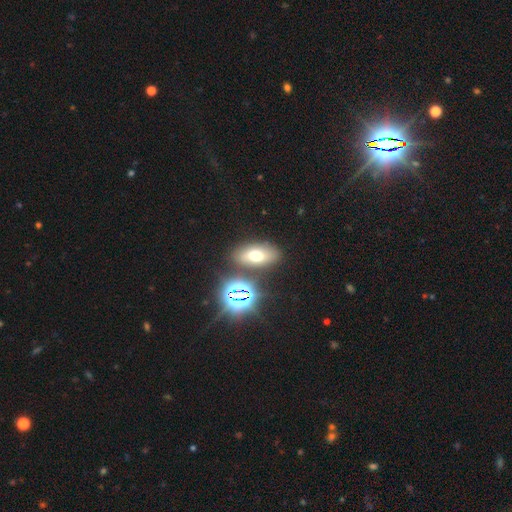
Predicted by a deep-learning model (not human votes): Smooth or featured? Predicted: smooth (p=0.57). How rounded? Predicted: in between (p=0.80). Merging? Predicted: none (p=0.80).